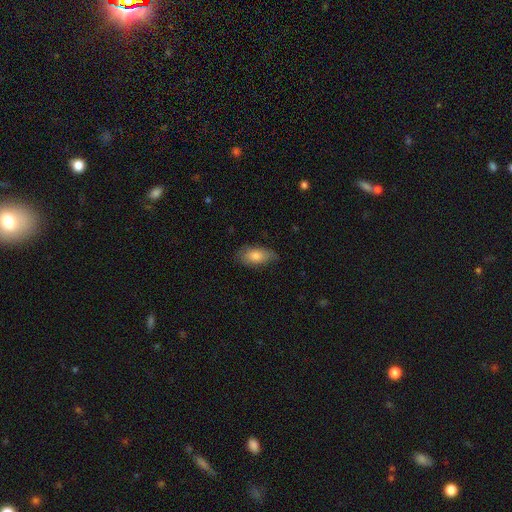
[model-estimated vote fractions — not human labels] A smooth galaxy with no disk features (78%) that is in between round and cigar-shaped (90%). Merging: none (71%).